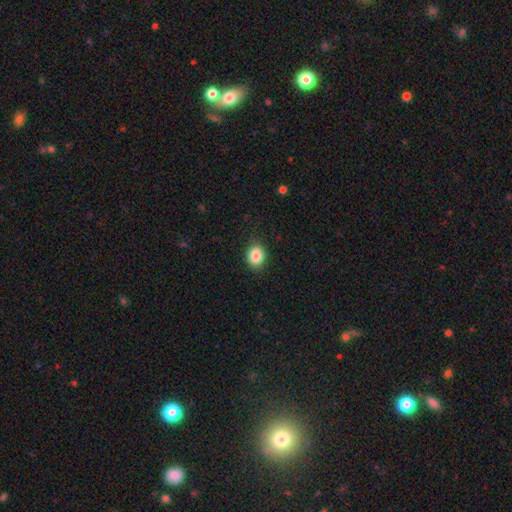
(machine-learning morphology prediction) smooth_or_featured: smooth (p=0.86) [alt: star or artifact p=0.09]
how_rounded: round (p=0.55) [alt: in between p=0.44]
merging: none (p=0.86) [alt: minor disturbance p=0.10]